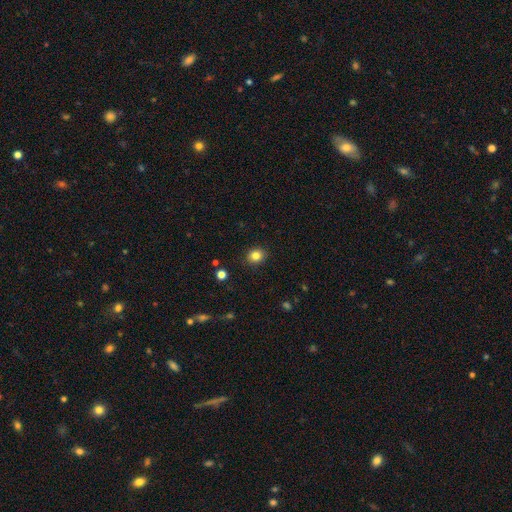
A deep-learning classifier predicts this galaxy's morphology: Q: Smooth or featured?
A: smooth (83%); runner-up: star or artifact (11%)
Q: How rounded?
A: round (66%); runner-up: in between (33%)
Q: Merging?
A: none (90%); runner-up: minor disturbance (7%)